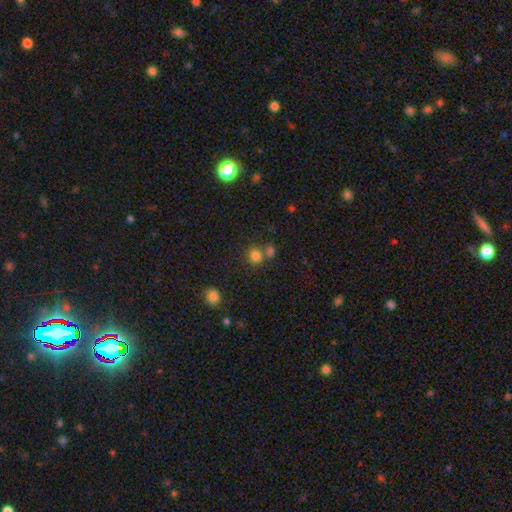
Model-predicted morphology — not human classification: This appears to be a smooth galaxy with no disk features (80%) that is round (85%). Merging: none (60%).